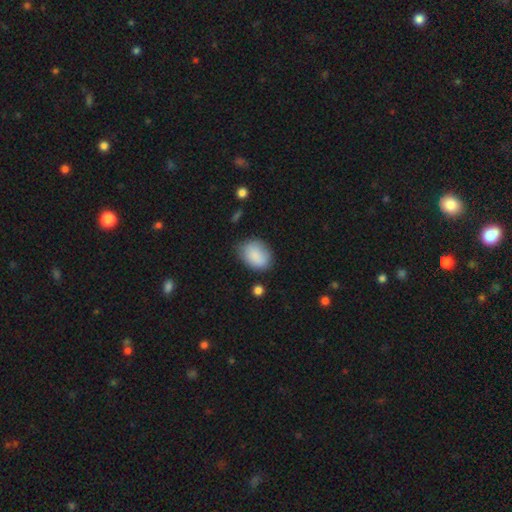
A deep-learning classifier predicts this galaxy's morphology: Smooth or featured? smooth (86%)
How rounded? in between (70%)
Merging? none (70%)